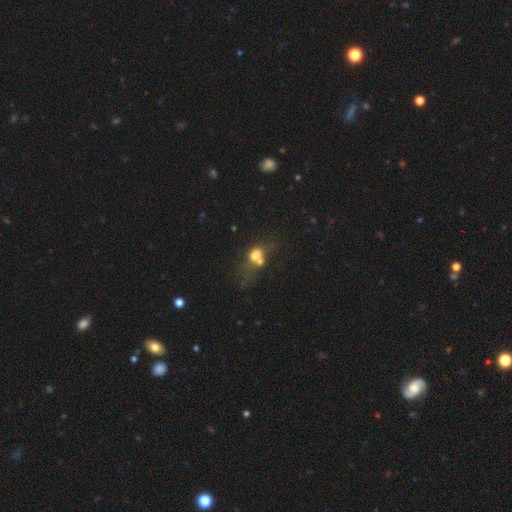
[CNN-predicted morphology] Smooth or featured: smooth — 57% (featured or disk — 26%)
How rounded: in between — 55% (round — 43%)
Merging: merger — 56% (none — 20%)